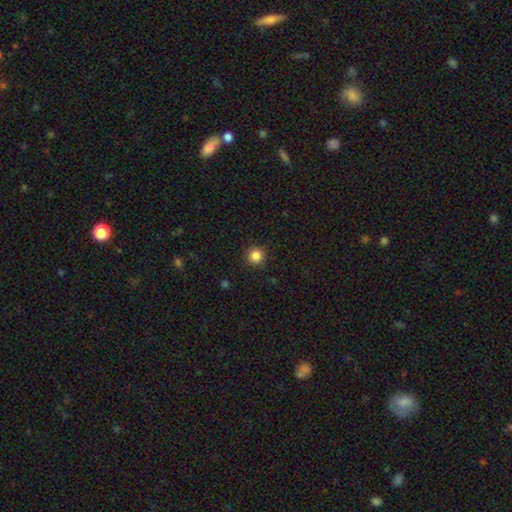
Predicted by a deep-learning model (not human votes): Smooth or featured: smooth — 85% (star or artifact — 11%)
How rounded: round — 95% (in between — 4%)
Merging: none — 92% (minor disturbance — 5%)